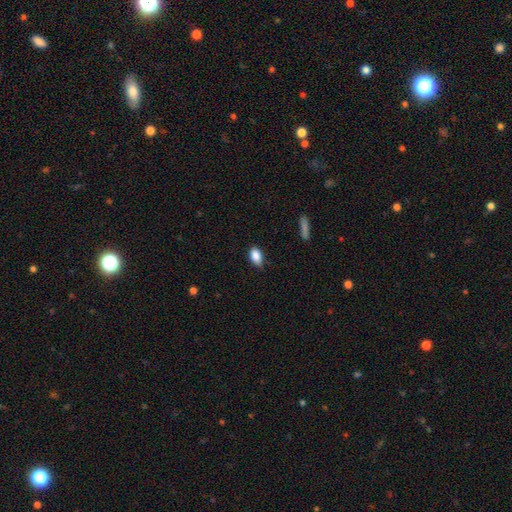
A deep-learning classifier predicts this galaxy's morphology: A smooth galaxy with no disk features (86%) that is in between round and cigar-shaped (89%).

Vote fractions:
- Smooth or featured? smooth: 86% / star or artifact: 8% / featured or disk: 6%
- How rounded? in between: 89% / round: 8% / cigar-shaped: 3%
- Merging? none: 74% / minor disturbance: 21% / major disturbance: 3% / merger: 1%